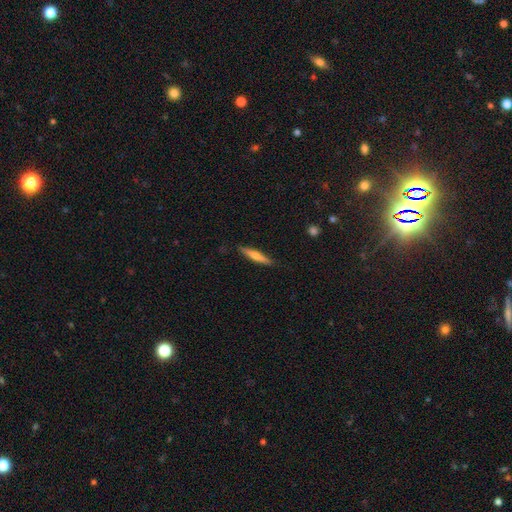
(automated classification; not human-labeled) smooth-or-featured: smooth: 50% | featured or disk: 45% | star or artifact: 6%
  merging: none: 88% | minor disturbance: 9% | major disturbance: 2% | merger: 1%